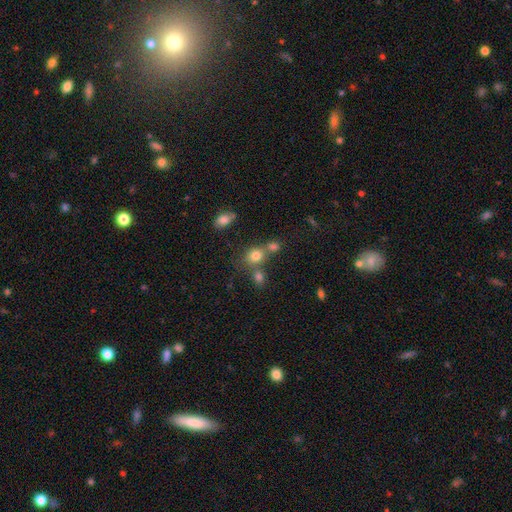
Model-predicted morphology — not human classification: A smooth galaxy with no disk features (77%) that is round (64%).

Vote fractions:
- Smooth or featured? smooth: 77% / star or artifact: 14% / featured or disk: 10%
- How rounded? round: 64% / in between: 34% / cigar-shaped: 1%
- Merging? none: 52% / merger: 32% / minor disturbance: 11% / major disturbance: 5%